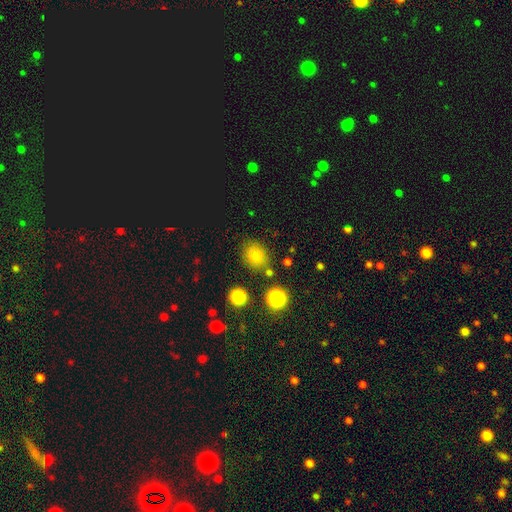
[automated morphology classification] This is likely a smooth galaxy (79%). How rounded: likely round (62%). Merging: likely none (79%).